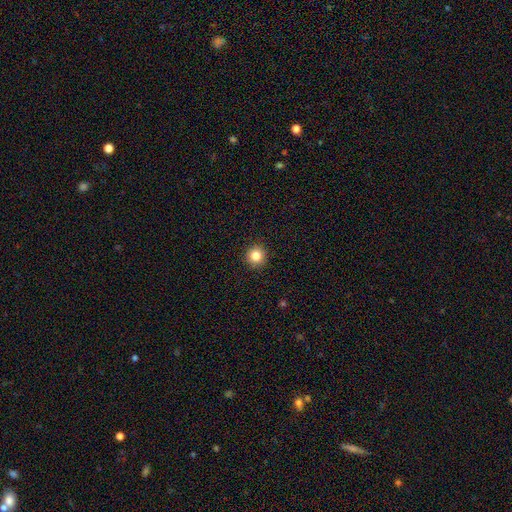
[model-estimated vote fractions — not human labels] Smooth or featured: smooth — 84% (star or artifact — 11%)
How rounded: round — 95% (in between — 4%)
Merging: none — 93% (minor disturbance — 4%)